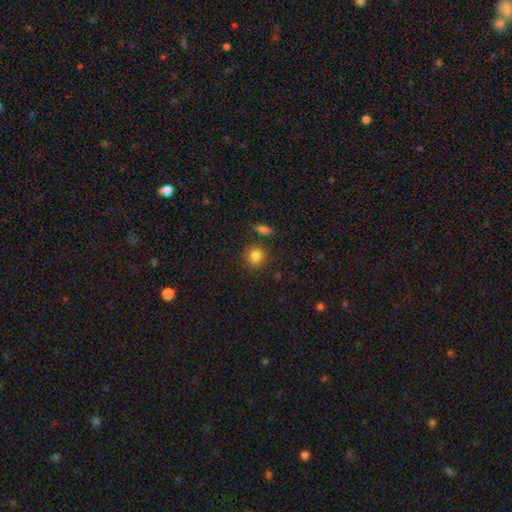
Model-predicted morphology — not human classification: Smooth or featured? smooth (85%)
How rounded? round (85%)
Merging? none (81%)